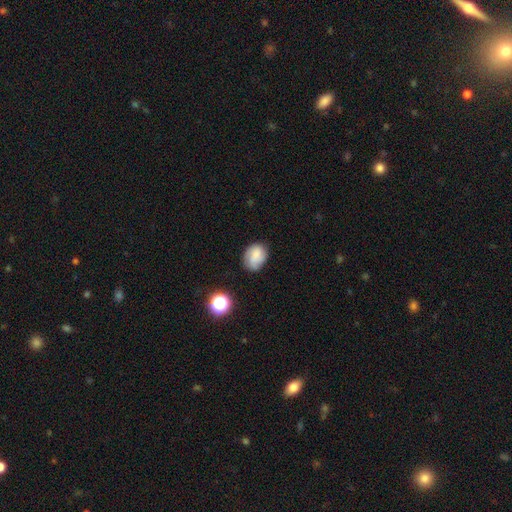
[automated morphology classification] The model was most divided on "how rounded": in between: 57%, round: 42%, cigar-shaped: 1%. More confident: smooth or featured — smooth (68%); merging — none (66%).